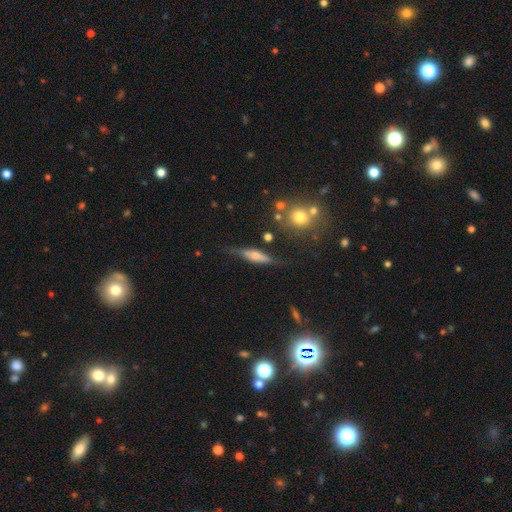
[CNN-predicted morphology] Q: Smooth or featured?
A: featured or disk (51%); runner-up: smooth (41%)
Q: Edge-on disk?
A: yes (89%); runner-up: no (11%)
Q: Merging?
A: none (68%); runner-up: minor disturbance (21%)